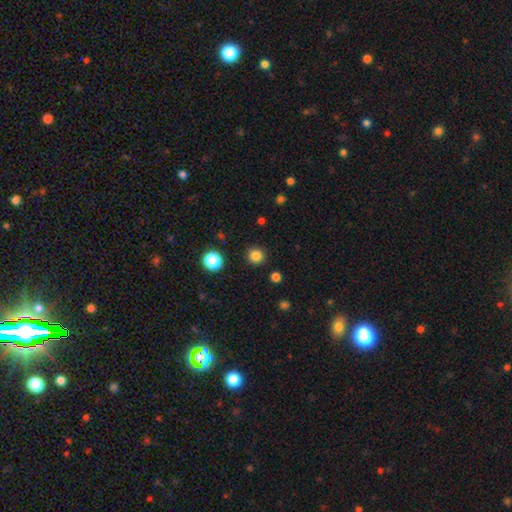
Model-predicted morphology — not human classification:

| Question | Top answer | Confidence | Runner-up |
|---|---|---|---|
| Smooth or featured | smooth | 84% | star or artifact (13%) |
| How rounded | round | 94% | in between (5%) |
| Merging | none | 91% | minor disturbance (5%) |